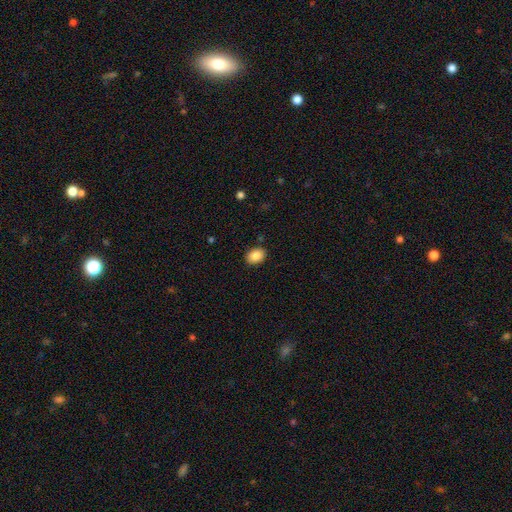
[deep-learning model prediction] Smooth or featured? smooth (88%)
How rounded? in between (69%)
Merging? none (88%)